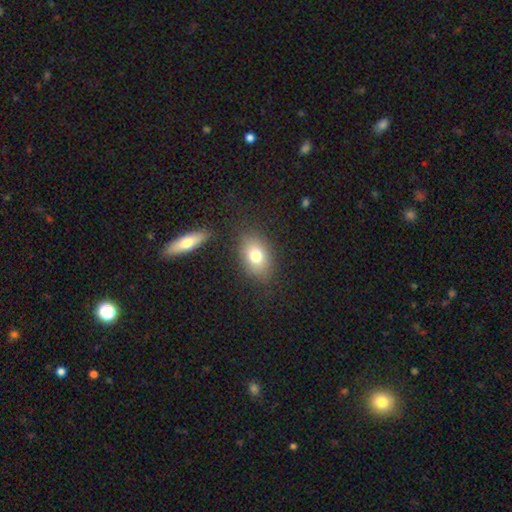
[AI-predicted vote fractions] The model was most divided on "how rounded": in between: 78%, round: 21%, cigar-shaped: 2%. More confident: merging — none (80%); smooth or featured — smooth (75%).